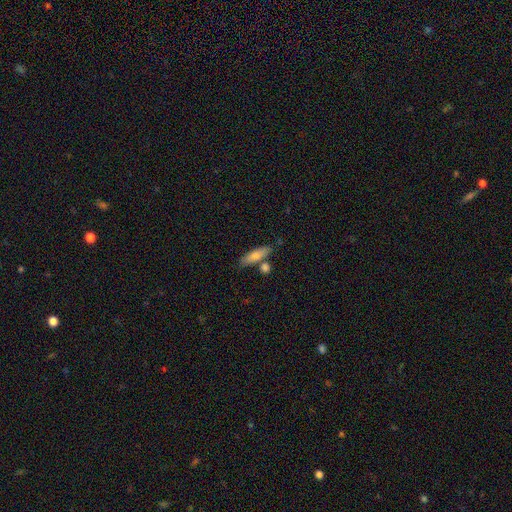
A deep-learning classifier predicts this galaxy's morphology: Smooth or featured? smooth (77%)
How rounded? cigar-shaped (56%)
Merging? none (69%)